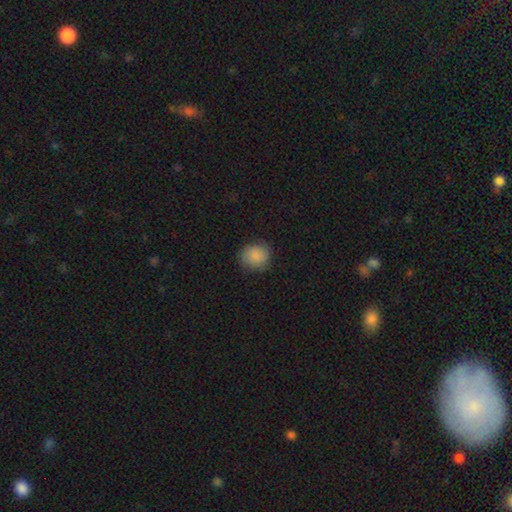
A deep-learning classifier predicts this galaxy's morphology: Overall: smooth (88%). How rounded: round (81%). Merging: none (83%).